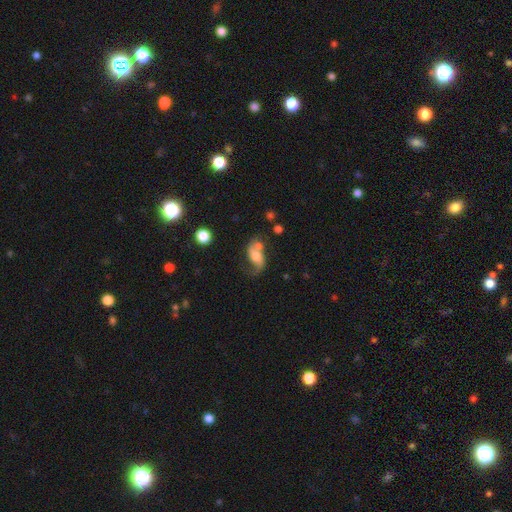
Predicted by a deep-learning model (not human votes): smooth-or-featured: featured or disk: 60% | smooth: 31% | star or artifact: 9%
  disk-edge-on: no: 95% | yes: 5%
    bar: no: 60% | weak: 31% | strong: 9%
    has-spiral-arms: yes: 85% | no: 15%
    bulge-size: moderate: 36% | large: 23% | small: 21% | none: 15% | dominant: 4%
  merging: none: 38% | merger: 25% | minor disturbance: 20% | major disturbance: 18%